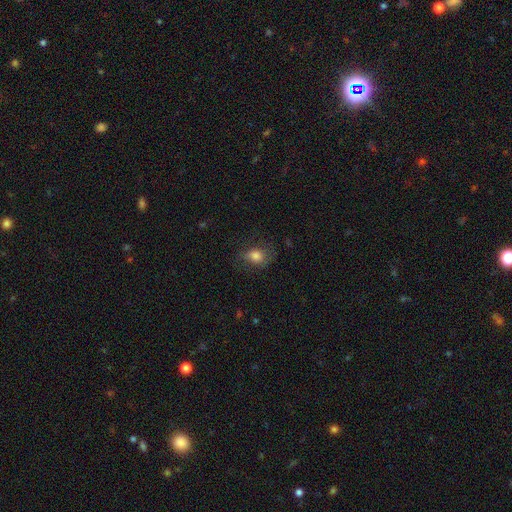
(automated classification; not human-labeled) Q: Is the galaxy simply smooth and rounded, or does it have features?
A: smooth — 74%.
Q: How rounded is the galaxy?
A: in between — 58%.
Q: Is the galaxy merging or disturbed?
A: none — 61%.